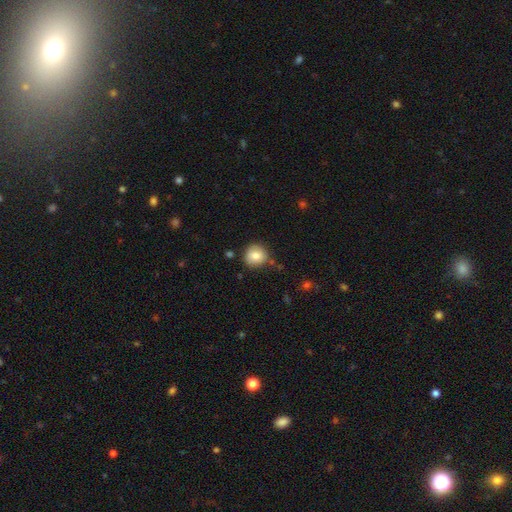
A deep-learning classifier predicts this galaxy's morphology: smooth_or_featured: smooth (p=0.82) [alt: featured or disk p=0.09]
how_rounded: round (p=0.90) [alt: in between p=0.09]
merging: none (p=0.81) [alt: minor disturbance p=0.12]